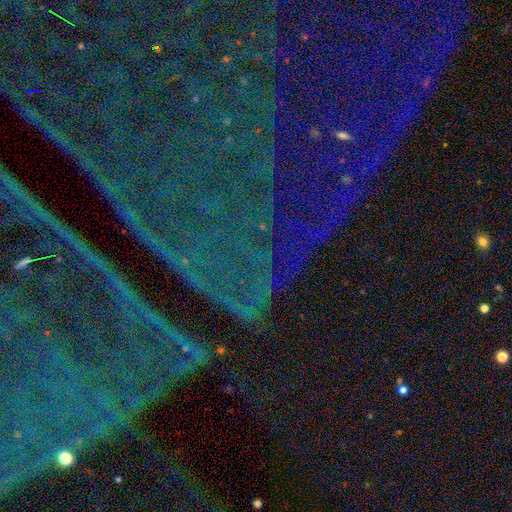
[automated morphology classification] Smooth or featured?
  - star or artifact: 85% *
  - featured or disk: 8%
  - smooth: 7%